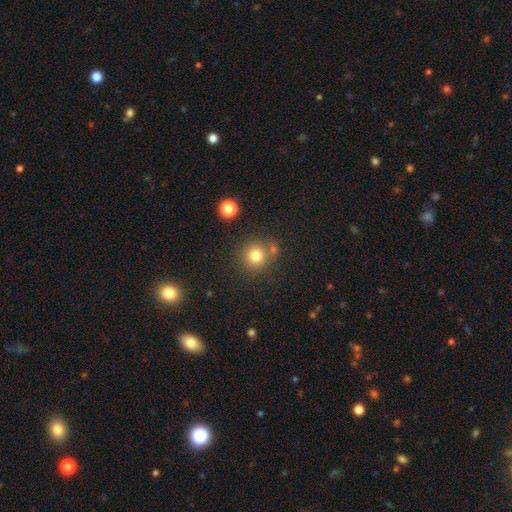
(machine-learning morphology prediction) Smooth or featured? smooth (79%)
How rounded? round (91%)
Merging? none (71%)